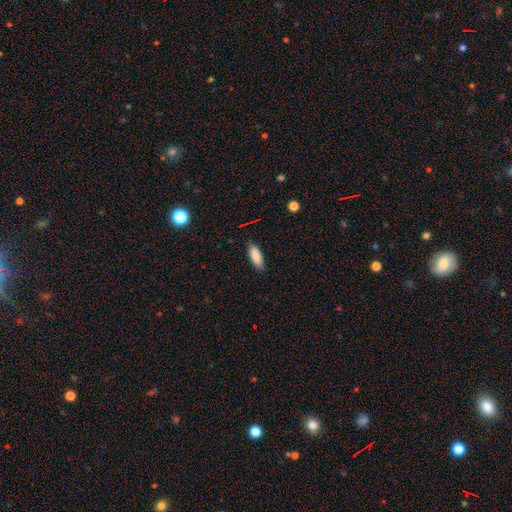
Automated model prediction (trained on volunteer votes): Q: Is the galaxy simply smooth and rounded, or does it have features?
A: smooth — 87%.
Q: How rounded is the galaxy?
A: in between — 71%.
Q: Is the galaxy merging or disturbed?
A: none — 85%.